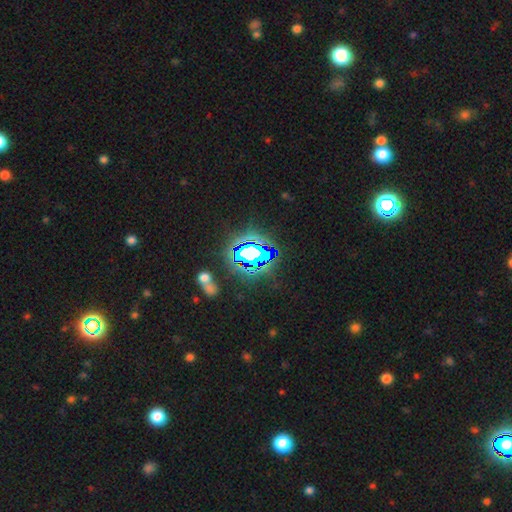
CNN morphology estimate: A star or artifact, not a galaxy (79%).